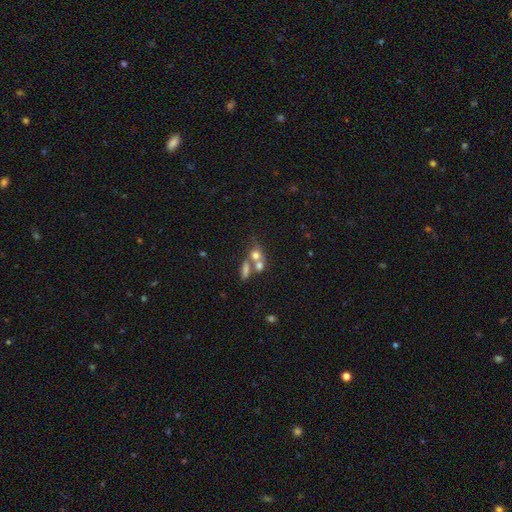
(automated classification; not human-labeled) Overall: smooth (65%). How rounded: round (55%; in between 40%). Merging: merger (52%; none 32%).